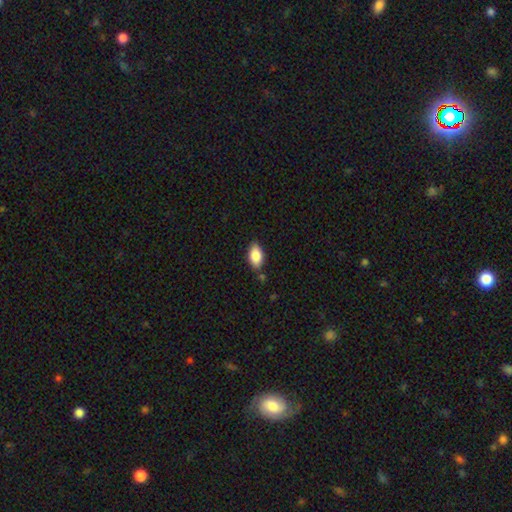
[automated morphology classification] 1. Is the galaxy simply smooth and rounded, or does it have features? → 85% smooth, 8% featured or disk, 7% star or artifact.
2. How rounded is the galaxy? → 93% in between, 4% round, 3% cigar-shaped.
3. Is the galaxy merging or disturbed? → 80% none, 14% minor disturbance, 3% merger, 3% major disturbance.